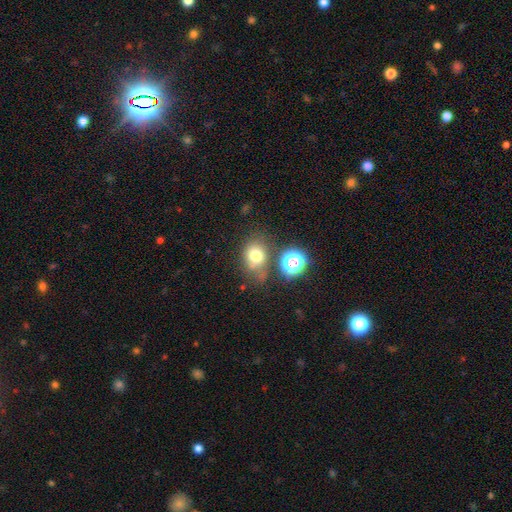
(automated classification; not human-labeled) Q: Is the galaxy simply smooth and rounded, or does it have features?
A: smooth — 74%.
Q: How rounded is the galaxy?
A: round — 57%.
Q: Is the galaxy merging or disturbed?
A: none — 58%.